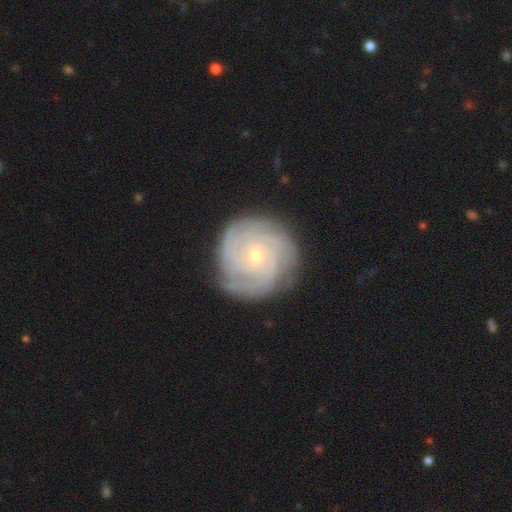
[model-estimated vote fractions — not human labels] Smooth or featured?
  - featured or disk: 82% *
  - smooth: 12%
  - star or artifact: 6%
Edge-on disk?
  - no: 98% *
  - yes: 2%
Bar?
  - no: 74% *
  - weak: 22%
  - strong: 5%
Spiral arms?
  - yes: 95% *
  - no: 5%
Spiral winding?
  - tight: 83% *
  - medium: 14%
  - loose: 3%
Spiral arm count?
  - can't tell: 33% *
  - 4: 20%
  - 3: 17%
  - 2: 12%
  - more than 4: 10%
  - 1: 7%
Bulge size?
  - small: 74% *
  - moderate: 23%
  - large: 1%
  - none: 1%
  - dominant: 1%
Merging?
  - none: 82% *
  - minor disturbance: 13%
  - major disturbance: 4%
  - merger: 1%